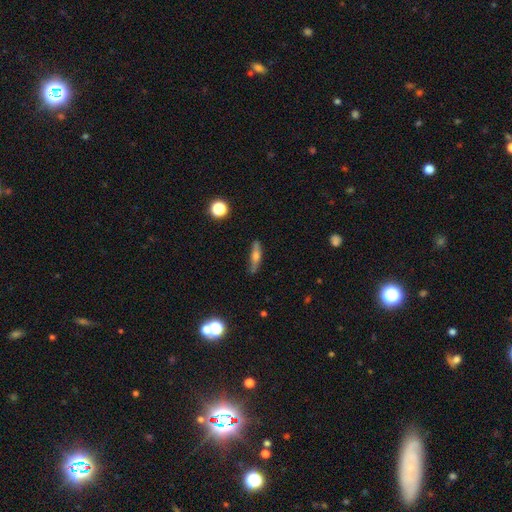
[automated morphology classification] Q: Smooth or featured?
A: featured or disk (48%); runner-up: smooth (43%)
Q: Merging?
A: none (83%); runner-up: minor disturbance (12%)